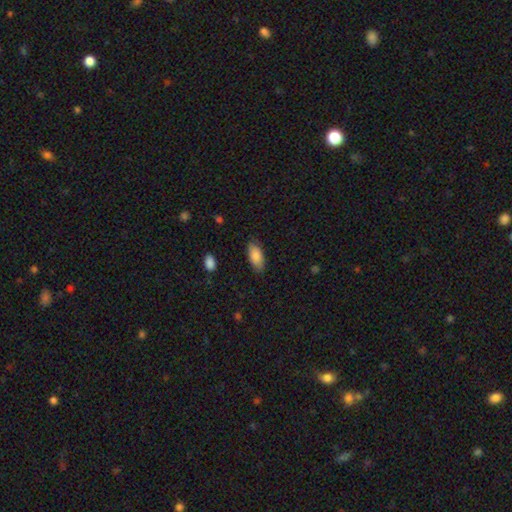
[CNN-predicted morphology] Q: Smooth or featured?
A: smooth (86%); runner-up: featured or disk (8%)
Q: How rounded?
A: in between (90%); runner-up: cigar-shaped (8%)
Q: Merging?
A: none (82%); runner-up: minor disturbance (13%)